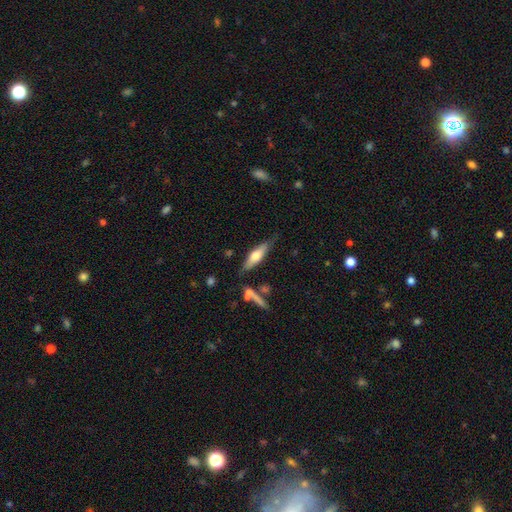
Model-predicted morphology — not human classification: type=smooth (51%); roundness=cigar-shaped (61%); merging=none (71%).